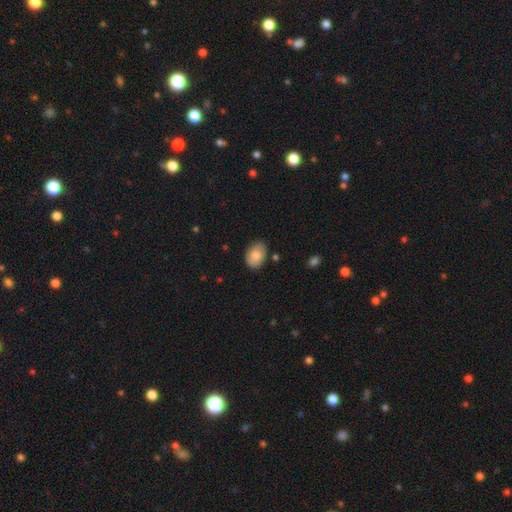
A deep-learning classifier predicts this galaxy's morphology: Q: Smooth or featured?
A: smooth (81%); runner-up: featured or disk (12%)
Q: How rounded?
A: in between (81%); runner-up: round (18%)
Q: Merging?
A: none (83%); runner-up: minor disturbance (13%)